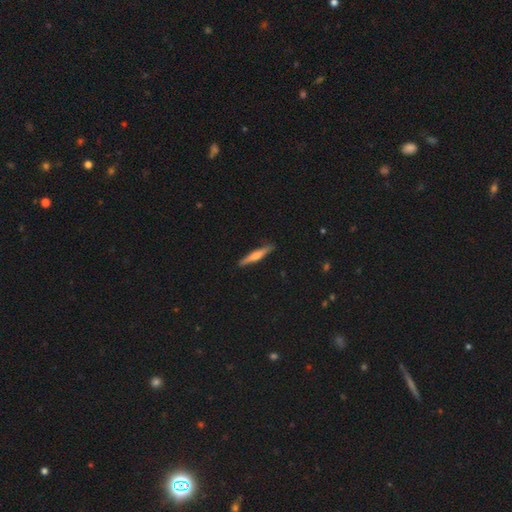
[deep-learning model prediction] Smooth or featured: featured or disk — 55% (smooth — 40%)
Edge-on disk: yes — 97% (no — 3%)
Edge-on bulge: rounded — 70% (boxy — 17%)
Merging: none — 90% (minor disturbance — 8%)